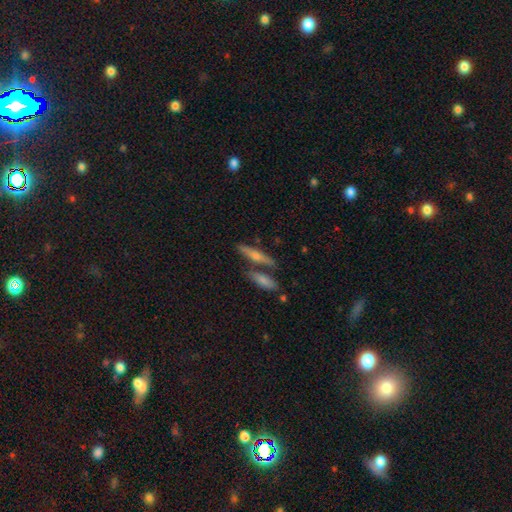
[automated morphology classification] This is possibly a featured or disk galaxy (53%). It is clearly viewed edge-on (93%). Merging: likely none (70%).